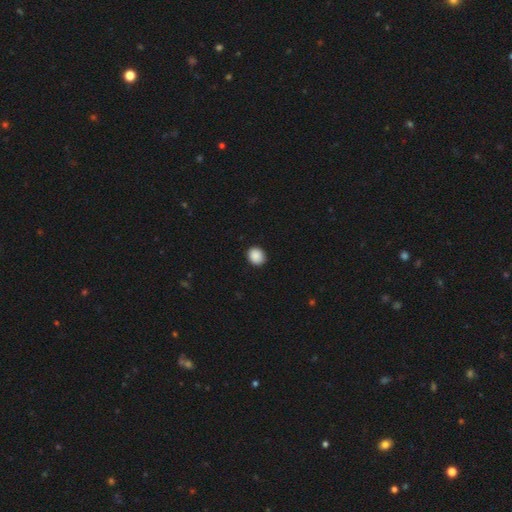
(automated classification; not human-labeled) Smooth or featured? Predicted: smooth (p=0.90). How rounded? Predicted: round (p=0.69). Merging? Predicted: none (p=0.90).